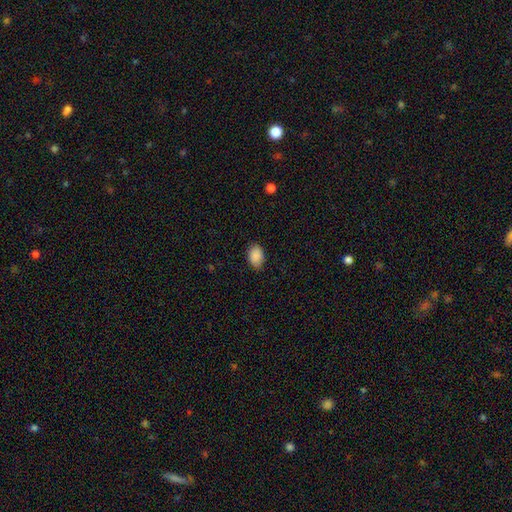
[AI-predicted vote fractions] smooth 89%, star or artifact 7%, featured or disk 3%. Down the decision tree: how rounded — in between (84%); merging — none (84%).